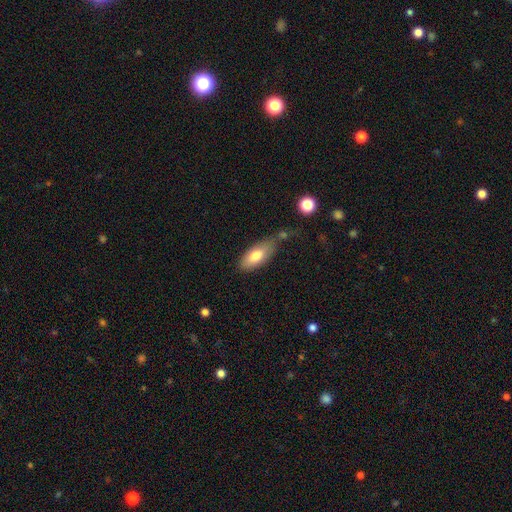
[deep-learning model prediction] This appears to be a smooth galaxy with no disk features (75%) that is in between round and cigar-shaped (82%). Merging: none (59%).